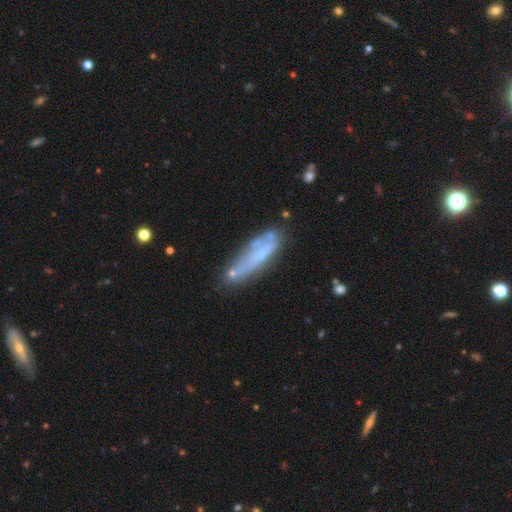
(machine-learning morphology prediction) Q: Smooth or featured?
A: featured or disk (54%); runner-up: smooth (35%)
Q: Edge-on disk?
A: no (56%); runner-up: yes (44%)
Q: Merging?
A: none (53%); runner-up: minor disturbance (24%)